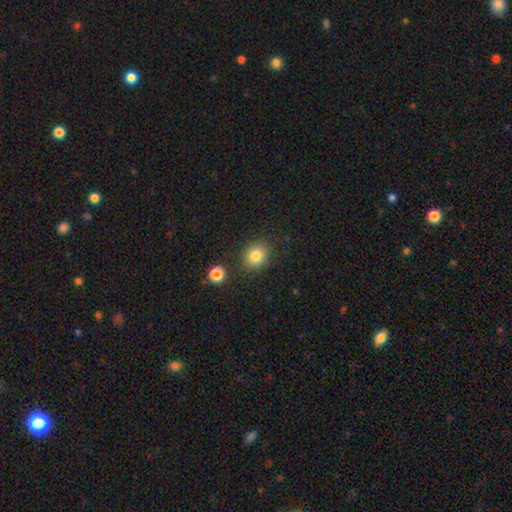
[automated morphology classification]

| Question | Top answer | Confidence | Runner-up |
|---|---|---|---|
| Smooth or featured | smooth | 82% | star or artifact (11%) |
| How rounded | round | 72% | in between (27%) |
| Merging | none | 84% | minor disturbance (10%) |